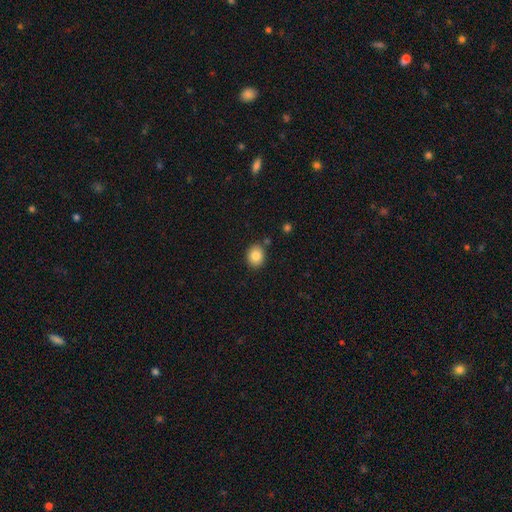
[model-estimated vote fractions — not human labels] Morphology: type=smooth (84%); roundness=round (60%); merging=none (85%).